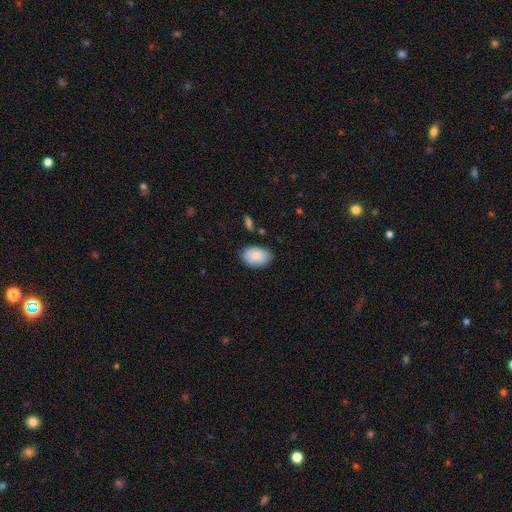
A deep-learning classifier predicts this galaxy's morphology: Q: Smooth or featured?
A: smooth (79%); runner-up: featured or disk (15%)
Q: How rounded?
A: in between (84%); runner-up: round (15%)
Q: Merging?
A: none (77%); runner-up: minor disturbance (17%)